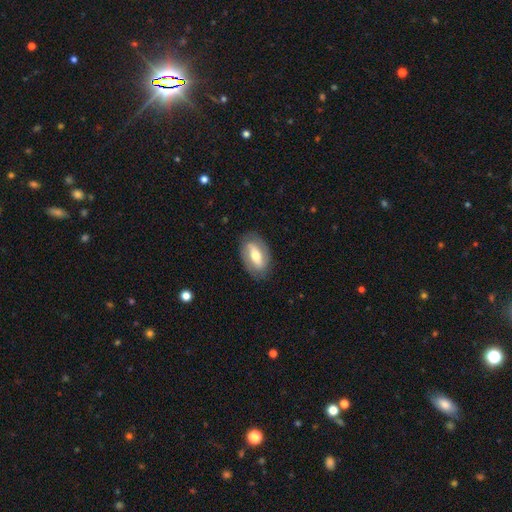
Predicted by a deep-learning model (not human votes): Morphology: type=featured or disk (61%); edge-on=no (89%); bar=strong (48%); spiral arms=yes (60%); bulge=moderate (70%); merging=none (83%).